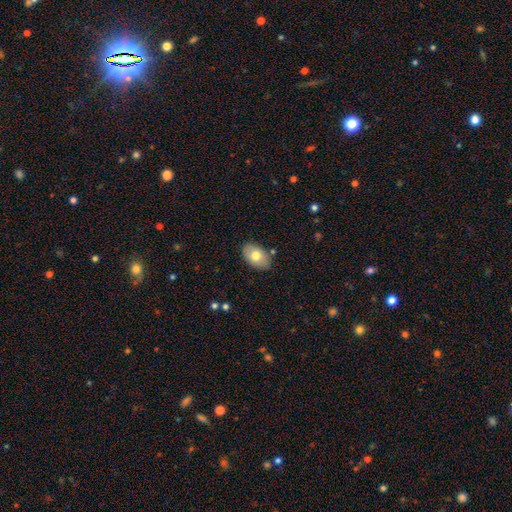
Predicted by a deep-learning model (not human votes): Overall: smooth (70%). How rounded: in between (90%). Merging: none (83%).